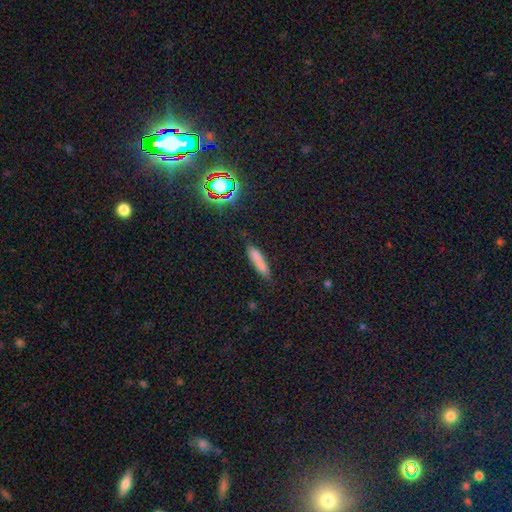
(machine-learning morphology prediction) A smooth galaxy with no disk features (72%) that is cigar-shaped (86%).

Vote fractions:
- Smooth or featured? smooth: 72% / star or artifact: 15% / featured or disk: 13%
- How rounded? cigar-shaped: 86% / in between: 12% / round: 2%
- Merging? none: 79% / minor disturbance: 15% / major disturbance: 3% / merger: 2%